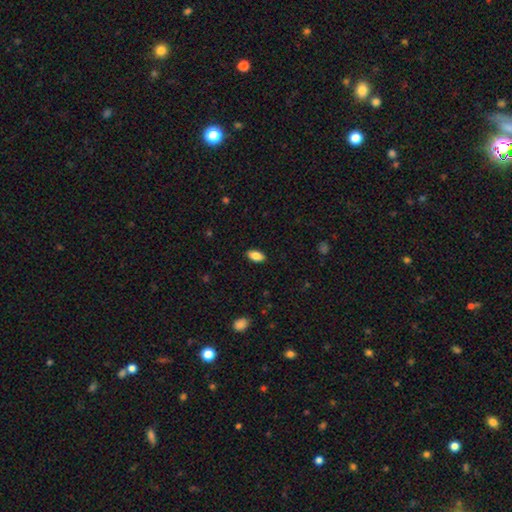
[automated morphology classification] This appears to be a smooth galaxy with no disk features (85%) that is in between round and cigar-shaped (92%). Merging: none (88%).